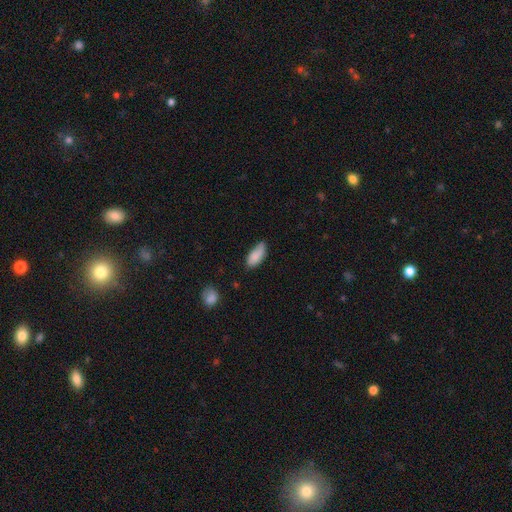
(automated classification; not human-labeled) A smooth galaxy with no disk features (86%) that is in between round and cigar-shaped (87%). Merging: none (63%).